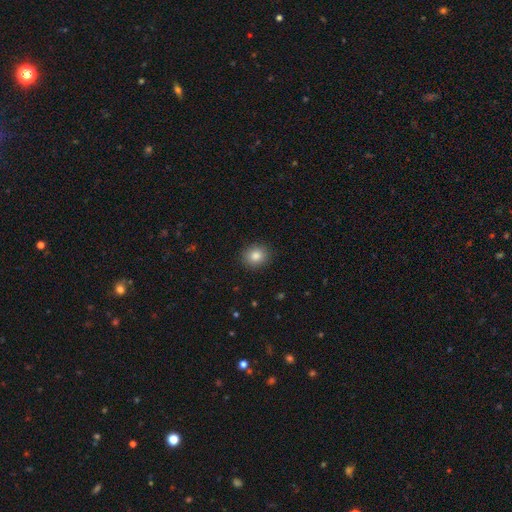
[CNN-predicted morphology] smooth-or-featured: smooth: 84% | star or artifact: 10% | featured or disk: 6%
  how-rounded: round: 76% | in between: 23% | cigar-shaped: 1%
  merging: none: 90% | minor disturbance: 7% | major disturbance: 2% | merger: 1%